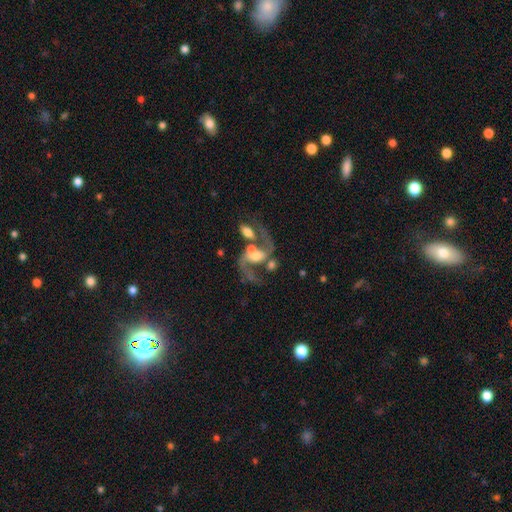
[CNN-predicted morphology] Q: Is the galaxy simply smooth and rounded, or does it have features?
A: featured or disk — 82%.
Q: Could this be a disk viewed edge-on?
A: no — 97%.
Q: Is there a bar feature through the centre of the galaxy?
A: no — 47%.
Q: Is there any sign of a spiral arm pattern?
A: yes — 93%.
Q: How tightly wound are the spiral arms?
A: loose — 67%.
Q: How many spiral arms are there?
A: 2 — 88%.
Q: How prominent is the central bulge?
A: moderate — 48%.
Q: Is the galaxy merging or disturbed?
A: merger — 40%.